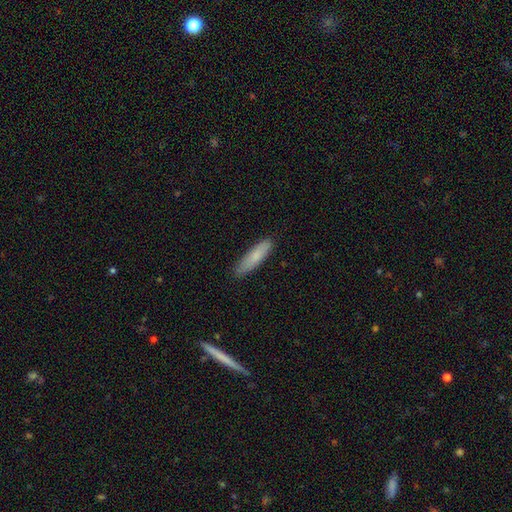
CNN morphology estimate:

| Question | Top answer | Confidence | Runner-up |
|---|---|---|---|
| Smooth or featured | smooth | 80% | featured or disk (14%) |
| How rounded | cigar-shaped | 76% | in between (23%) |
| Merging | none | 85% | minor disturbance (12%) |